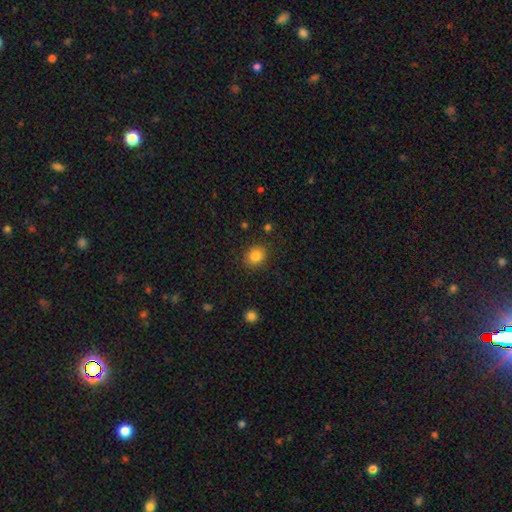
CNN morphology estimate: Smooth or featured? Predicted: smooth (p=0.84). How rounded? Predicted: round (p=0.63). Merging? Predicted: none (p=0.88).